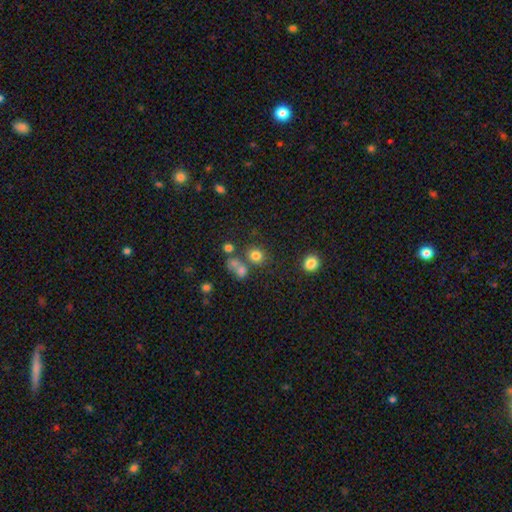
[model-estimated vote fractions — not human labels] Smooth or featured? Predicted: smooth (p=0.76). How rounded? Predicted: round (p=0.80). Merging? Predicted: none (p=0.67).